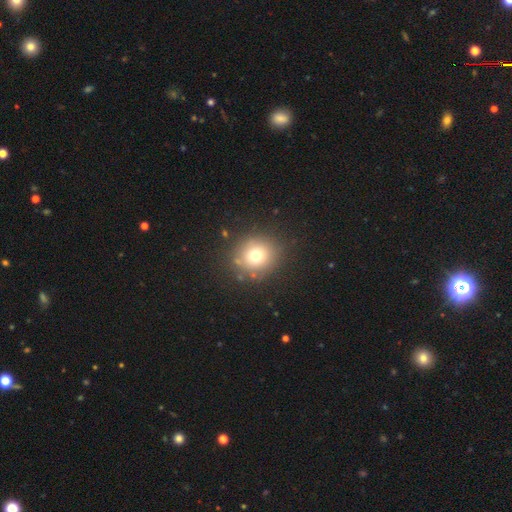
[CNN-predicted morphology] smooth-or-featured: smooth: 72% | star or artifact: 15% | featured or disk: 13%
  how-rounded: round: 86% | in between: 13% | cigar-shaped: 1%
  merging: none: 84% | minor disturbance: 9% | major disturbance: 4% | merger: 2%